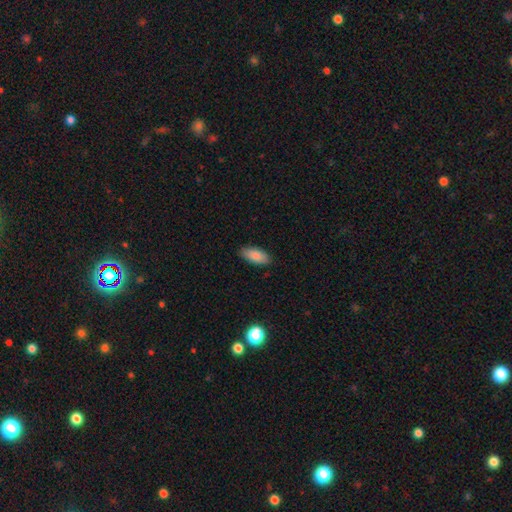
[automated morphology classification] Smooth or featured? smooth (85%)
How rounded? in between (89%)
Merging? none (88%)